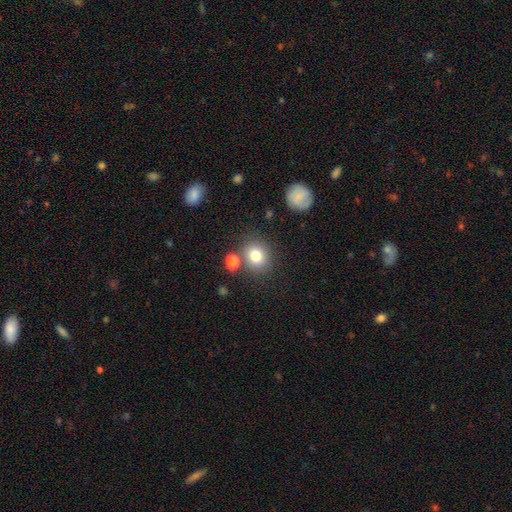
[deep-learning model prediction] smooth 79%, star or artifact 12%, featured or disk 9%. Down the decision tree: how rounded — round (77%); merging — none (74%).